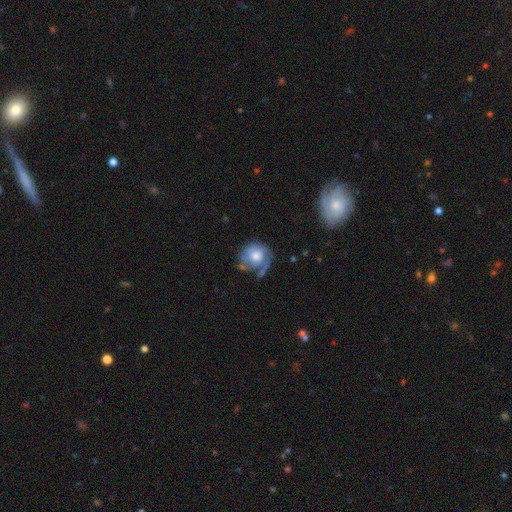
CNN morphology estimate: featured or disk 49%, smooth 44%, star or artifact 7%. Down the decision tree: merging — none (49%).